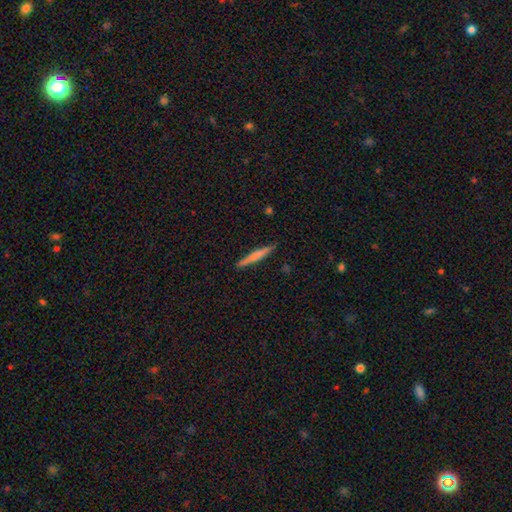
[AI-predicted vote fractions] Smooth or featured?
  - smooth: 59% *
  - featured or disk: 35%
  - star or artifact: 6%
How rounded?
  - cigar-shaped: 95% *
  - in between: 3%
  - round: 1%
Merging?
  - none: 90% *
  - minor disturbance: 7%
  - major disturbance: 1%
  - merger: 1%